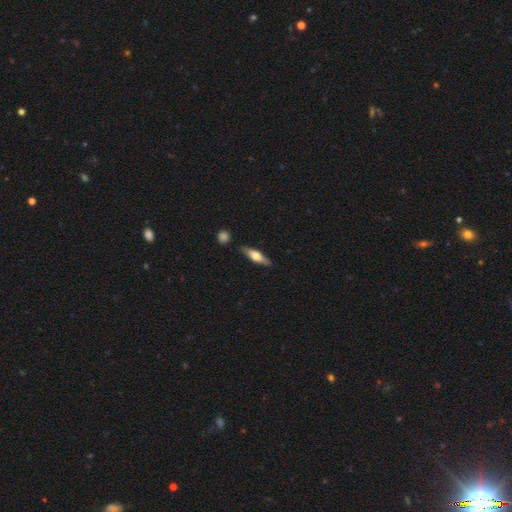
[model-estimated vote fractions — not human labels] Q: Smooth or featured?
A: smooth (49%); runner-up: featured or disk (45%)
Q: Merging?
A: none (84%); runner-up: minor disturbance (11%)